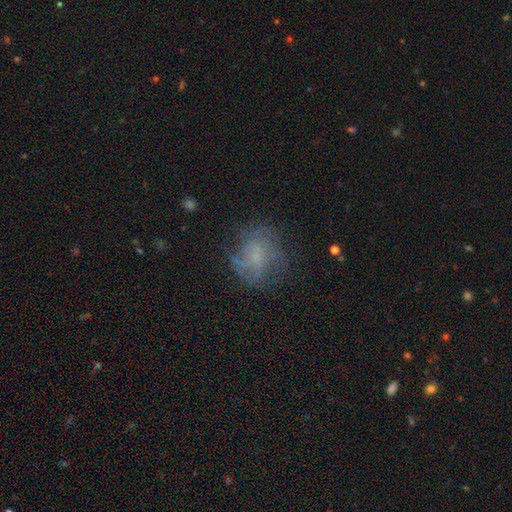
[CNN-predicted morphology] smooth_or_featured: featured or disk (p=0.48) [alt: smooth p=0.37]
merging: none (p=0.63) [alt: minor disturbance p=0.20]